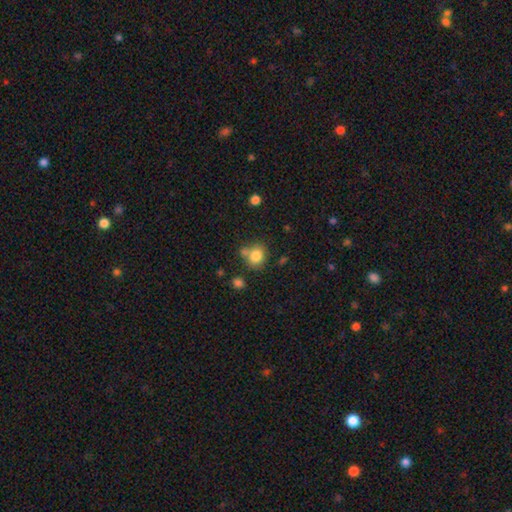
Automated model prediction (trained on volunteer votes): smooth 81%, star or artifact 10%, featured or disk 8%. Down the decision tree: how rounded — round (69%); merging — none (61%).